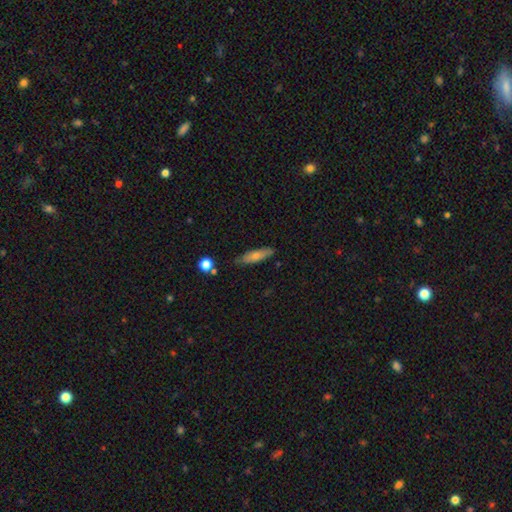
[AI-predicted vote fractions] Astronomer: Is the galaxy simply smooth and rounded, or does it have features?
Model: smooth — 61%.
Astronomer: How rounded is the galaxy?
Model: cigar-shaped — 72%.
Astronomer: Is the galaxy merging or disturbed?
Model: none — 83%.